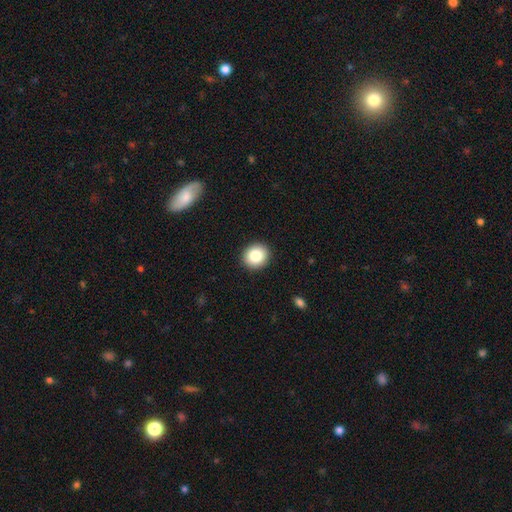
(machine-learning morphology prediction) Smooth or featured? smooth (85%)
How rounded? round (81%)
Merging? none (92%)